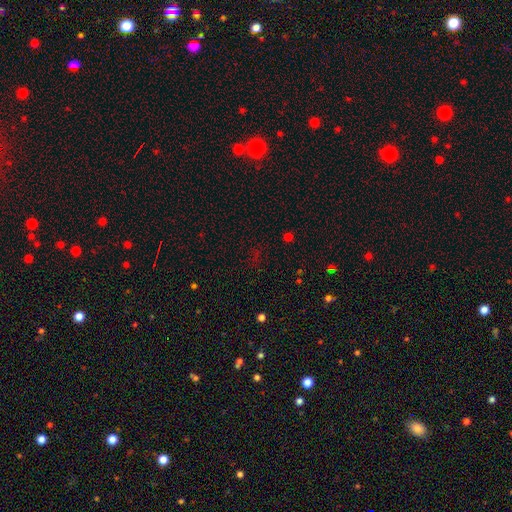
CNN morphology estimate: This appears to be a star or artifact, not a galaxy (62%).